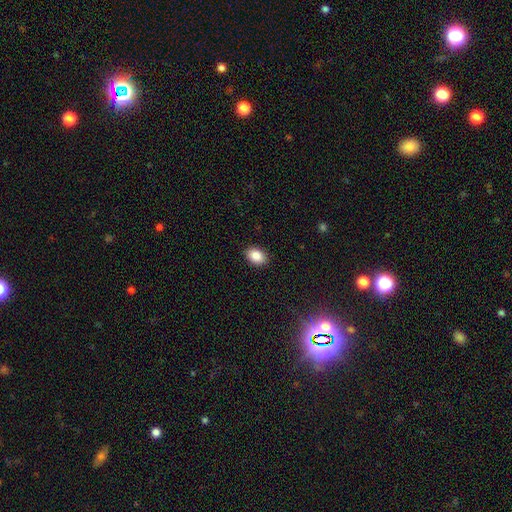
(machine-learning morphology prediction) Smooth or featured? smooth (86%)
How rounded? in between (80%)
Merging? none (90%)